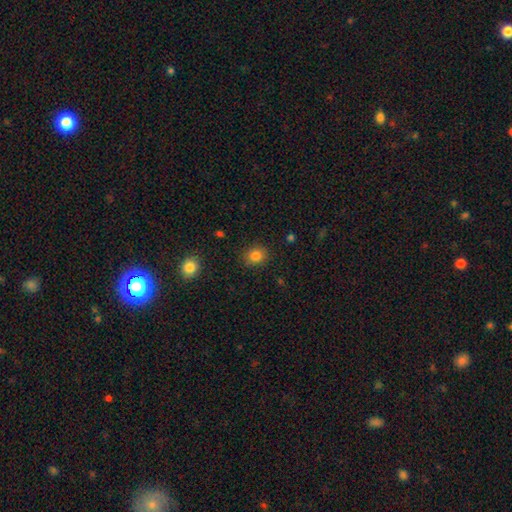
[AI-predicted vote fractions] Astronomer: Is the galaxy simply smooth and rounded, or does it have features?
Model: smooth — 83%.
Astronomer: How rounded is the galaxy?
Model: round — 75%.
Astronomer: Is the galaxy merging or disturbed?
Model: none — 87%.